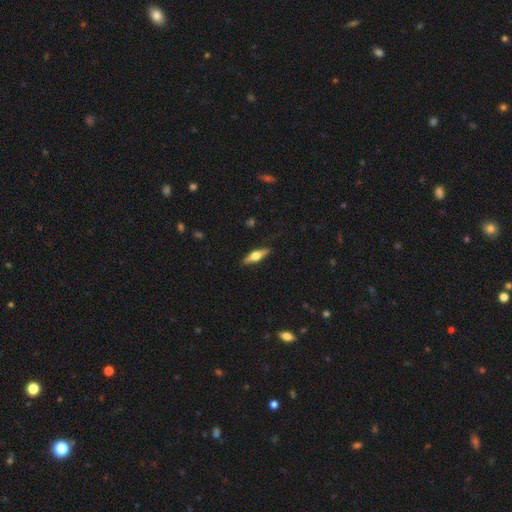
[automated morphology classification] Smooth or featured?
  - featured or disk: 60% *
  - smooth: 35%
  - star or artifact: 6%
Edge-on disk?
  - yes: 95% *
  - no: 5%
Edge-on bulge?
  - rounded: 94% *
  - boxy: 4%
  - none: 2%
Merging?
  - none: 88% *
  - minor disturbance: 9%
  - major disturbance: 2%
  - merger: 1%